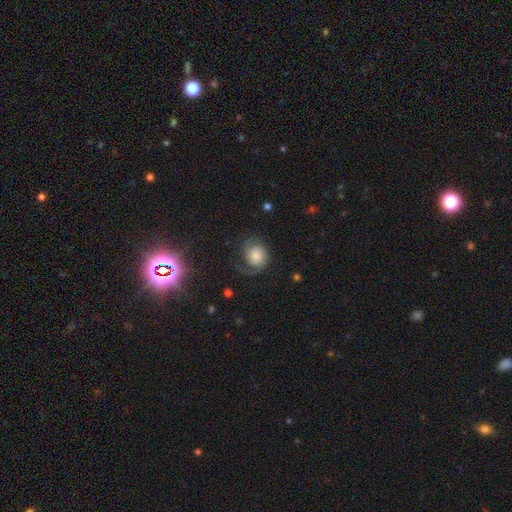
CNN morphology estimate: Q: Smooth or featured?
A: featured or disk (58%); runner-up: smooth (33%)
Q: Edge-on disk?
A: no (98%); runner-up: yes (2%)
Q: Bar?
A: no (75%); runner-up: weak (21%)
Q: Spiral arms?
A: yes (91%); runner-up: no (9%)
Q: Spiral winding?
A: medium (40%); runner-up: tight (32%)
Q: Spiral arm count?
A: 2 (49%); runner-up: 1 (39%)
Q: Bulge size?
A: moderate (31%); runner-up: large (27%)
Q: Merging?
A: none (55%); runner-up: major disturbance (23%)